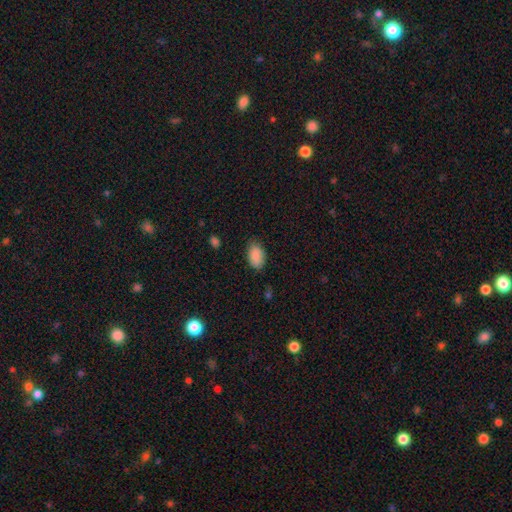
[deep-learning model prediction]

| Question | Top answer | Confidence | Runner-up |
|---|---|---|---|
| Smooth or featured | smooth | 89% | star or artifact (7%) |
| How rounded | in between | 92% | round (6%) |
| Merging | none | 77% | minor disturbance (19%) |